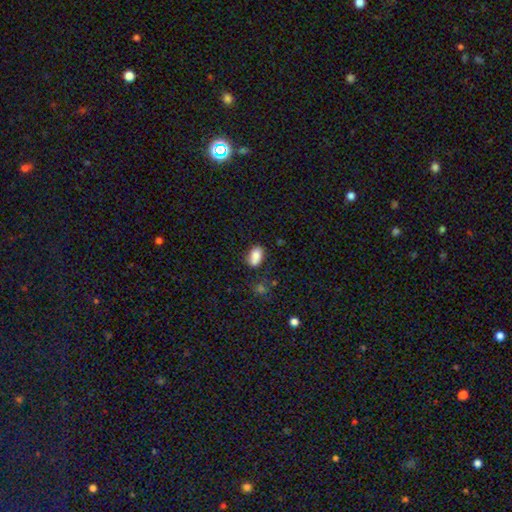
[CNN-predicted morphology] type=smooth (84%); roundness=in between (88%); merging=none (66%).